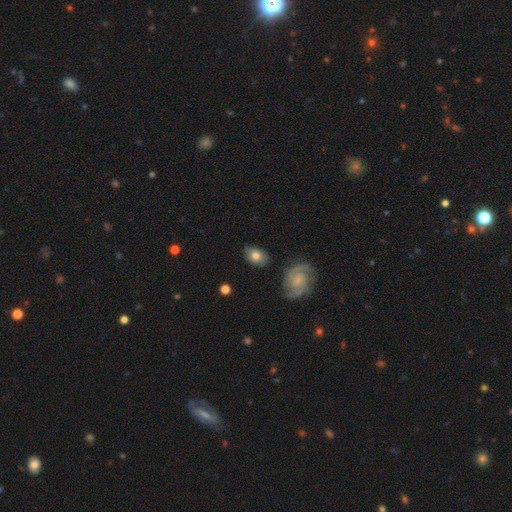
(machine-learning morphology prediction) smooth 65%, featured or disk 28%, star or artifact 7%. Down the decision tree: how rounded — in between (76%); merging — none (79%).